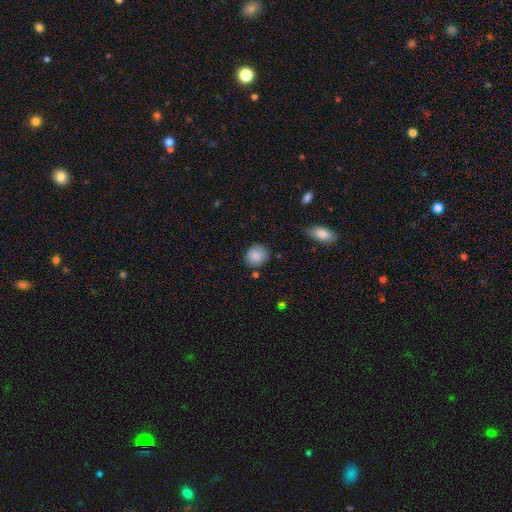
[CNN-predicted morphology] smooth-or-featured: smooth: 87% | star or artifact: 8% | featured or disk: 5%
  how-rounded: round: 81% | in between: 18% | cigar-shaped: 1%
  merging: none: 81% | minor disturbance: 13% | merger: 3% | major disturbance: 3%